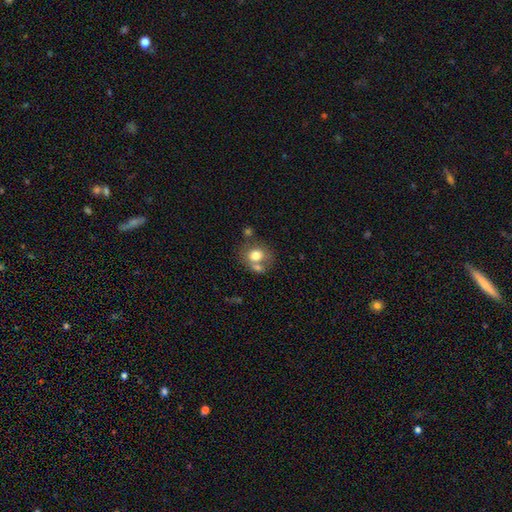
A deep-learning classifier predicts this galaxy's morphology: A smooth galaxy with no disk features (73%) that is round (62%). Merging: none (47%).